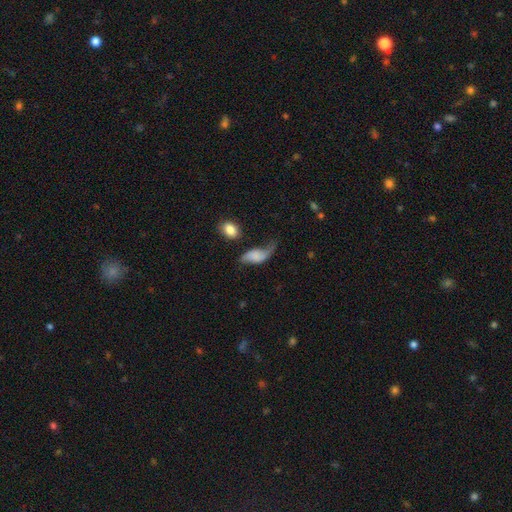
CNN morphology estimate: smooth_or_featured: featured or disk (p=0.48) [alt: smooth p=0.43]
merging: none (p=0.36) [alt: minor disturbance p=0.30]